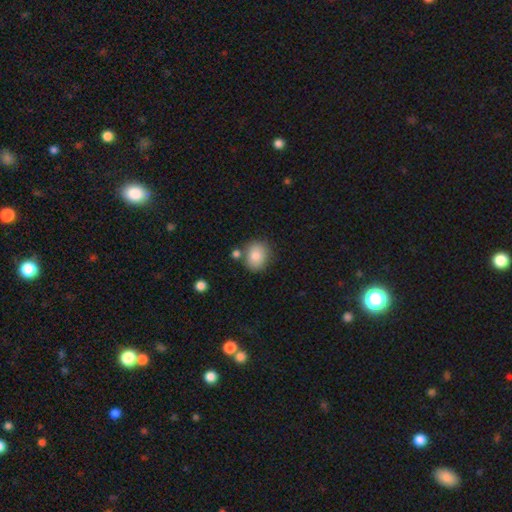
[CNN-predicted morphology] A smooth galaxy with no disk features (82%) that is round (63%).

Vote fractions:
- Smooth or featured? smooth: 82% / featured or disk: 10% / star or artifact: 8%
- How rounded? round: 63% / in between: 36% / cigar-shaped: 1%
- Merging? none: 71% / minor disturbance: 13% / merger: 12% / major disturbance: 3%